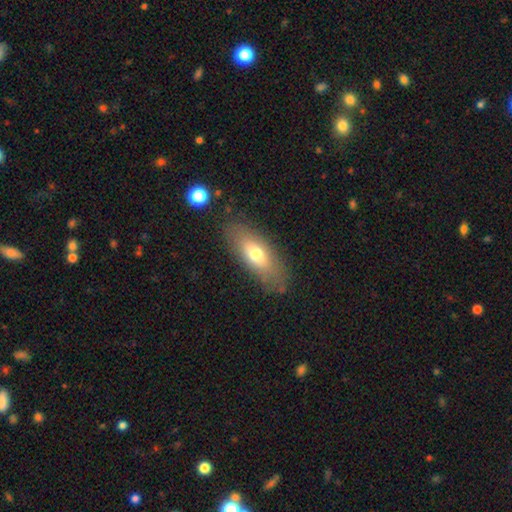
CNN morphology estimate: smooth_or_featured: smooth (p=0.60) [alt: featured or disk p=0.30]
how_rounded: in between (p=0.69) [alt: cigar-shaped p=0.28]
merging: none (p=0.84) [alt: minor disturbance p=0.12]